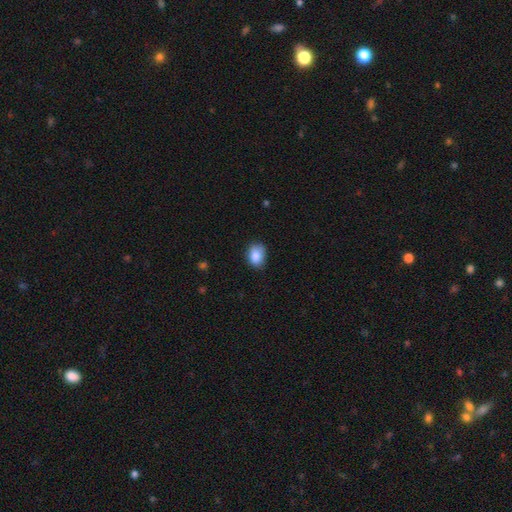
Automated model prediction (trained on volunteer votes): A smooth galaxy with no disk features (85%) that is in between round and cigar-shaped (73%). Merging: none (71%).